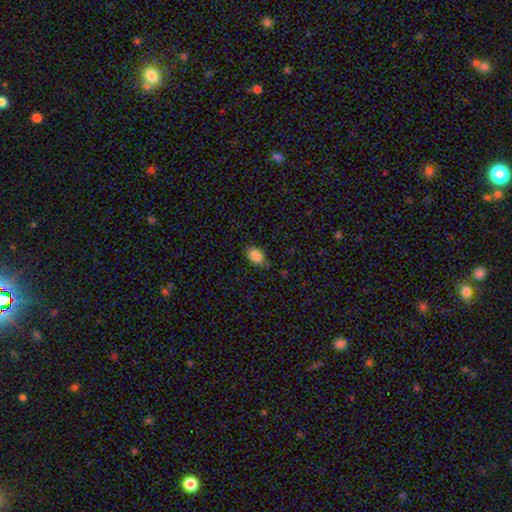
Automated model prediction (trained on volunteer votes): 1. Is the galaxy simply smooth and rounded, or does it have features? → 86% smooth, 9% star or artifact, 5% featured or disk.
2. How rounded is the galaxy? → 83% in between, 15% round, 2% cigar-shaped.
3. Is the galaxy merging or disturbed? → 75% none, 20% minor disturbance, 4% major disturbance, 2% merger.